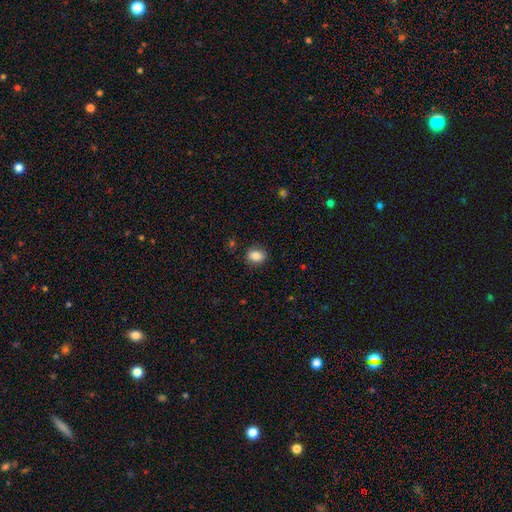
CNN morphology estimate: smooth 85%, star or artifact 9%, featured or disk 6%. Down the decision tree: how rounded — in between (62%); merging — none (85%).